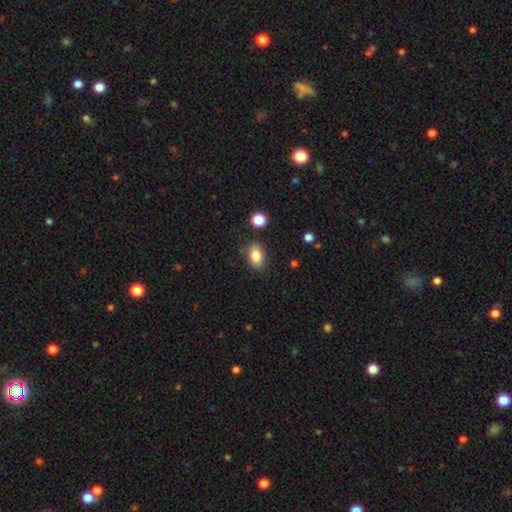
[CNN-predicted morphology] Smooth or featured? smooth (84%)
How rounded? in between (86%)
Merging? none (82%)